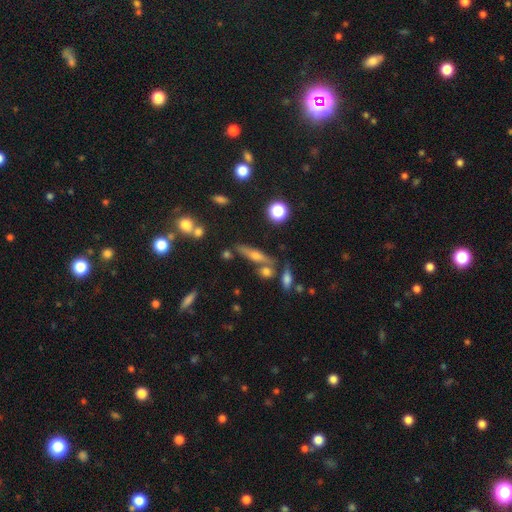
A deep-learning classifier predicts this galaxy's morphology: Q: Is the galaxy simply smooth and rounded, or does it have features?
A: featured or disk — 43%.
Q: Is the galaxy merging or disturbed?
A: none — 60%.